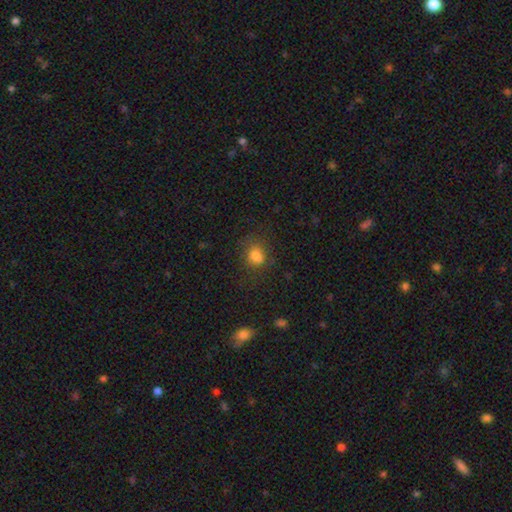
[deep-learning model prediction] smooth_or_featured: smooth (p=0.76) [alt: star or artifact p=0.15]
how_rounded: round (p=0.54) [alt: in between p=0.45]
merging: none (p=0.60) [alt: minor disturbance p=0.20]